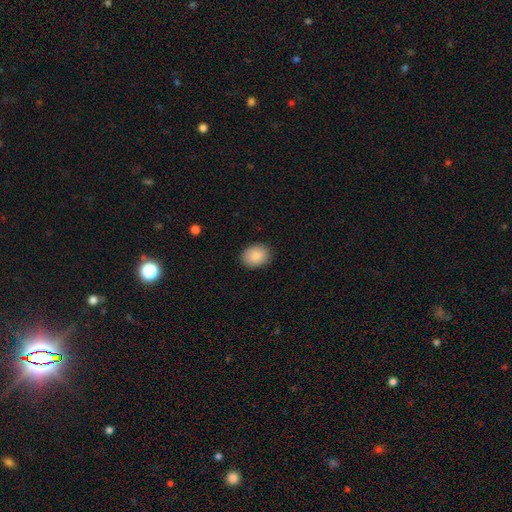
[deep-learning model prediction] smooth 88%, star or artifact 7%, featured or disk 5%. Down the decision tree: how rounded — in between (61%); merging — none (89%).